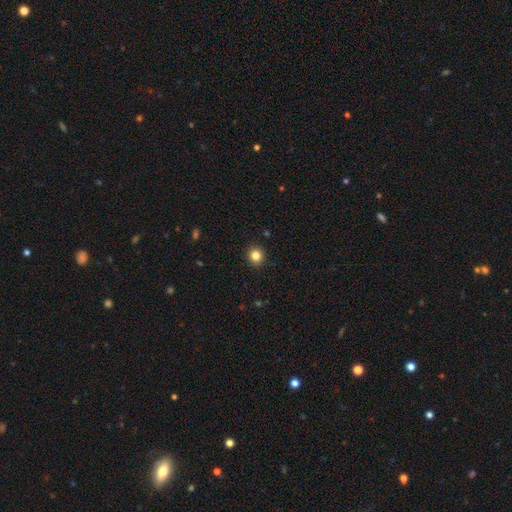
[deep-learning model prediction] This is clearly a smooth galaxy (83%). How rounded: clearly round (90%). Merging: clearly none (92%).